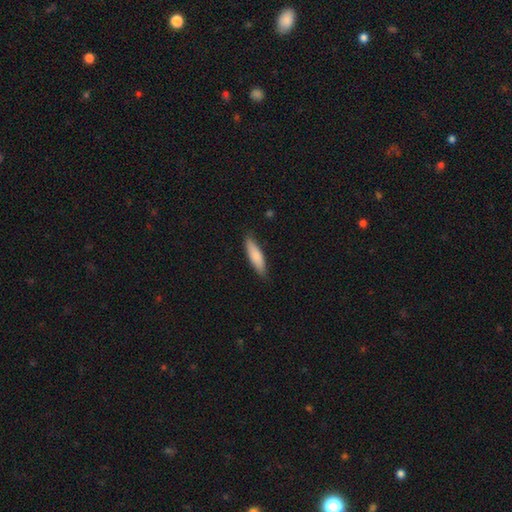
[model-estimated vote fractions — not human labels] A smooth galaxy with no disk features (81%) that is cigar-shaped (64%).

Vote fractions:
- Smooth or featured? smooth: 81% / featured or disk: 14% / star or artifact: 5%
- How rounded? cigar-shaped: 64% / in between: 34% / round: 2%
- Merging? none: 84% / minor disturbance: 13% / major disturbance: 2% / merger: 1%